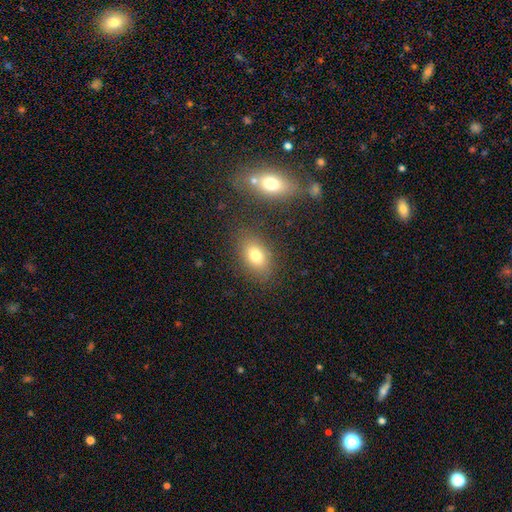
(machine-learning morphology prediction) Overall: smooth (76%). How rounded: in between (80%). Merging: none (80%).